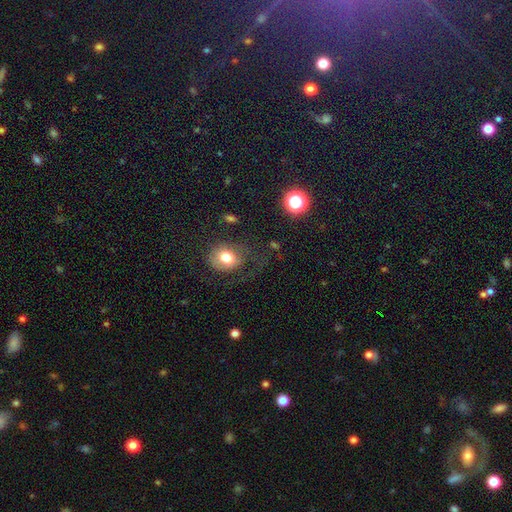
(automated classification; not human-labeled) Q: Smooth or featured?
A: smooth (54%); runner-up: star or artifact (30%)
Q: How rounded?
A: round (68%); runner-up: in between (31%)
Q: Merging?
A: none (69%); runner-up: minor disturbance (16%)